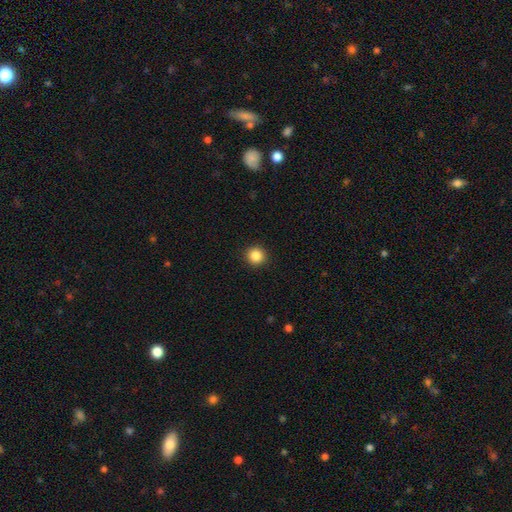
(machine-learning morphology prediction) Smooth or featured? smooth (86%)
How rounded? round (93%)
Merging? none (93%)